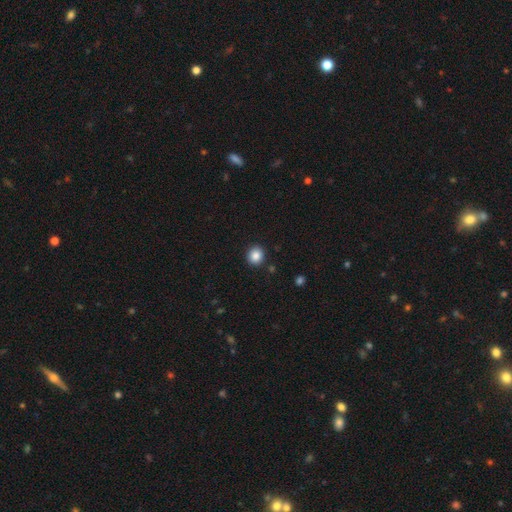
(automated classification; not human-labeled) A smooth galaxy with no disk features (86%) that is round (85%). Merging: none (91%).